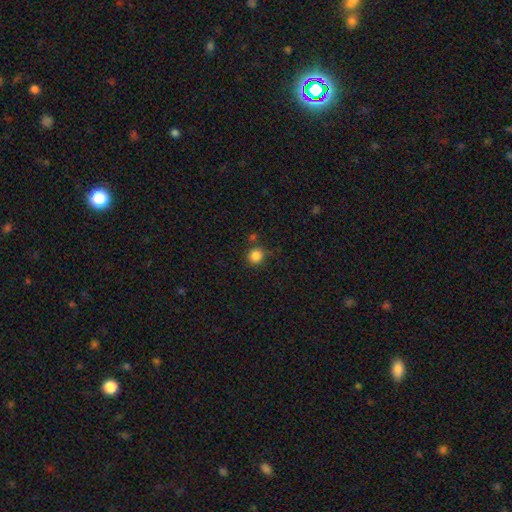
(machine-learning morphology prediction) The model was most divided on "merging": none: 77%, minor disturbance: 12%, merger: 7%, major disturbance: 4%. More confident: how rounded — round (91%); smooth or featured — smooth (85%).